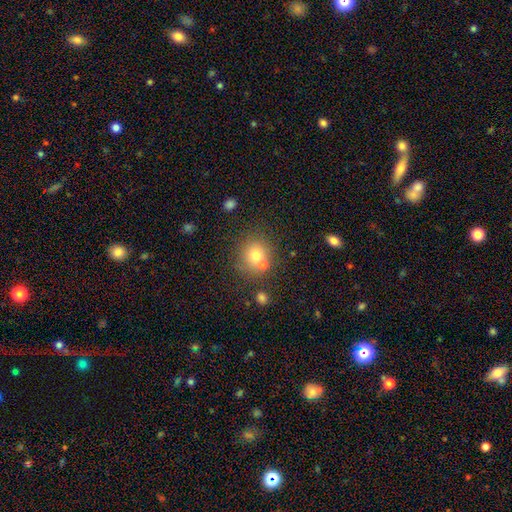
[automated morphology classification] type=smooth (73%); roundness=round (87%); merging=none (62%).